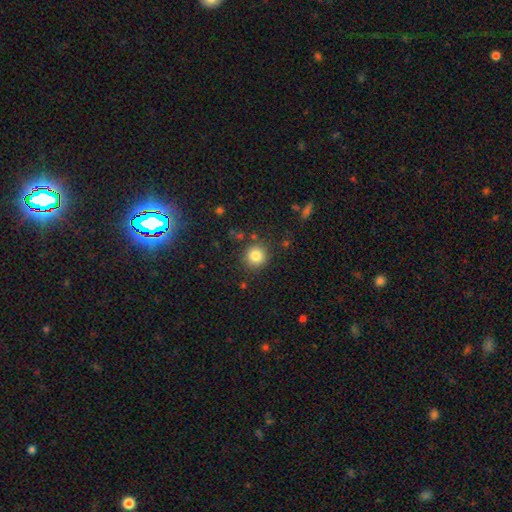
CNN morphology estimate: smooth 83%, star or artifact 11%, featured or disk 6%. Down the decision tree: how rounded — round (93%); merging — none (87%).